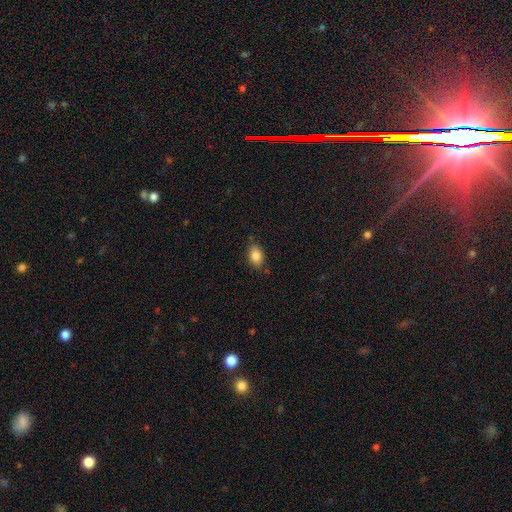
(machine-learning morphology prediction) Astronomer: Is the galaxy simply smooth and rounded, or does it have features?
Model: smooth — 86%.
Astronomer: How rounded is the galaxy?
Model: in between — 85%.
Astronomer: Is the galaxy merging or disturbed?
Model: none — 82%.